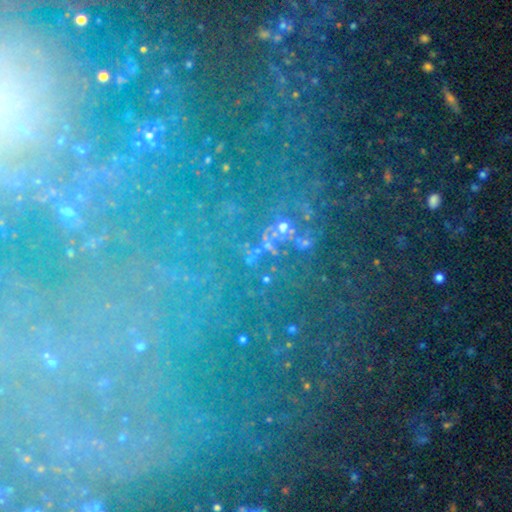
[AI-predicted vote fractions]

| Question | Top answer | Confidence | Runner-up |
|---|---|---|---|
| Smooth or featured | star or artifact | 69% | smooth (17%) |